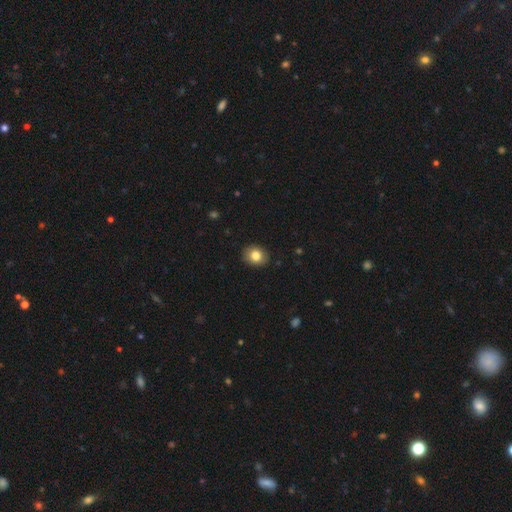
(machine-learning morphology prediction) A smooth galaxy with no disk features (83%) that is round (64%). Merging: none (89%).